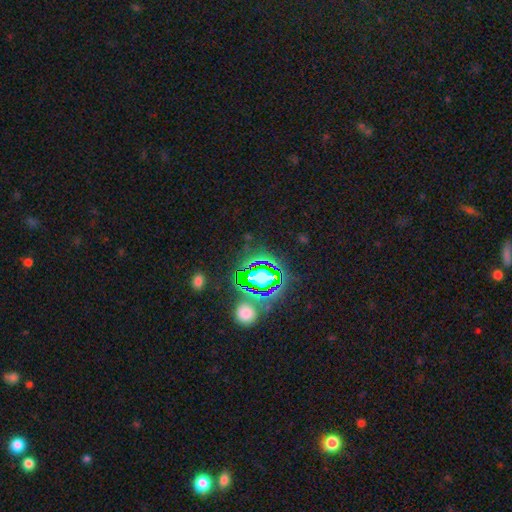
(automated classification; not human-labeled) Q: Smooth or featured?
A: star or artifact (79%); runner-up: smooth (14%)